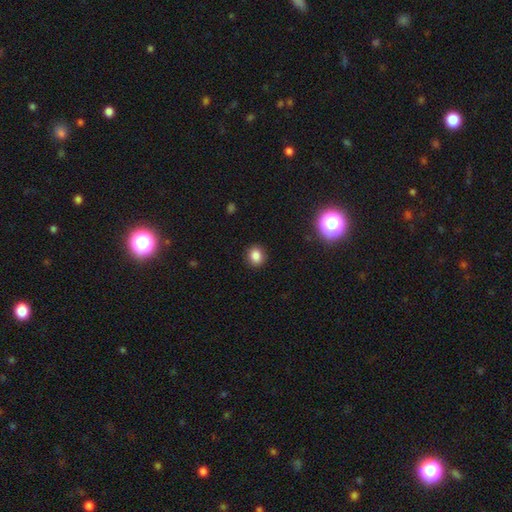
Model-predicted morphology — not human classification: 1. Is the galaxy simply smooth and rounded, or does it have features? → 84% smooth, 12% star or artifact, 4% featured or disk.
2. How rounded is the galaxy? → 70% round, 29% in between, 1% cigar-shaped.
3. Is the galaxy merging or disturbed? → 90% none, 7% minor disturbance, 2% major disturbance, 1% merger.